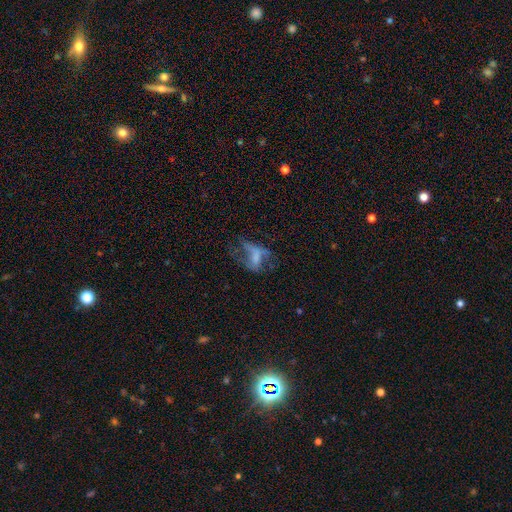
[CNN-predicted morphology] Q: Smooth or featured?
A: featured or disk (48%); runner-up: smooth (37%)
Q: Merging?
A: major disturbance (54%); runner-up: none (24%)